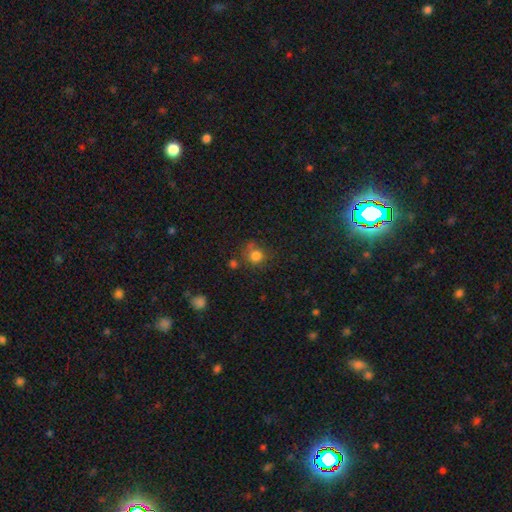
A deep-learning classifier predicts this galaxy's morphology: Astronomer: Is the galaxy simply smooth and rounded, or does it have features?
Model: smooth — 78%.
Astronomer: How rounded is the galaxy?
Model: round — 84%.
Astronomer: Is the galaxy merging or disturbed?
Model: none — 65%.